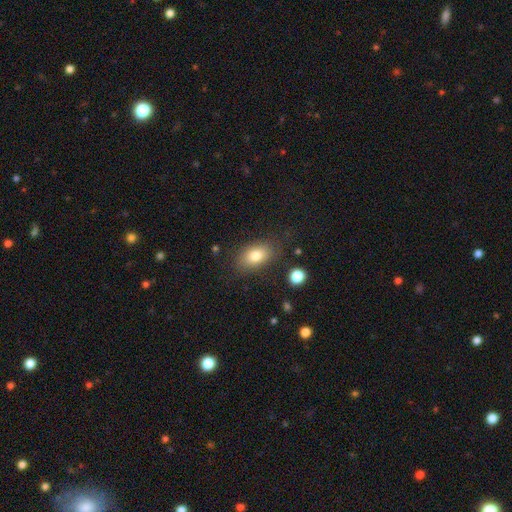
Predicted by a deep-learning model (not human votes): The model was most divided on "merging": none: 78%, minor disturbance: 14%, major disturbance: 5%, merger: 2%. More confident: how rounded — in between (87%); smooth or featured — smooth (79%).